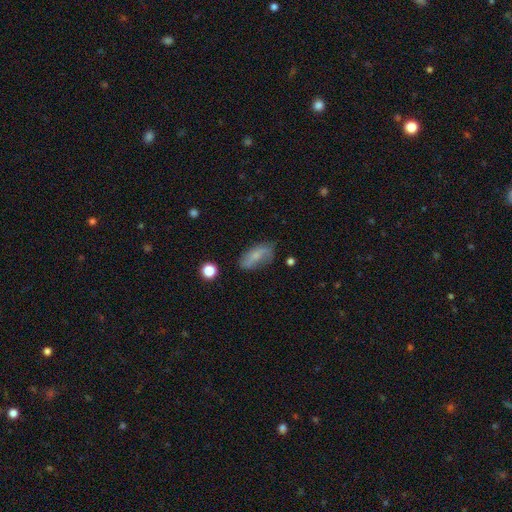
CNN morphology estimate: The model was most divided on "smooth or featured": smooth: 59%, featured or disk: 32%, star or artifact: 9%. More confident: how rounded — in between (81%); merging — none (63%).